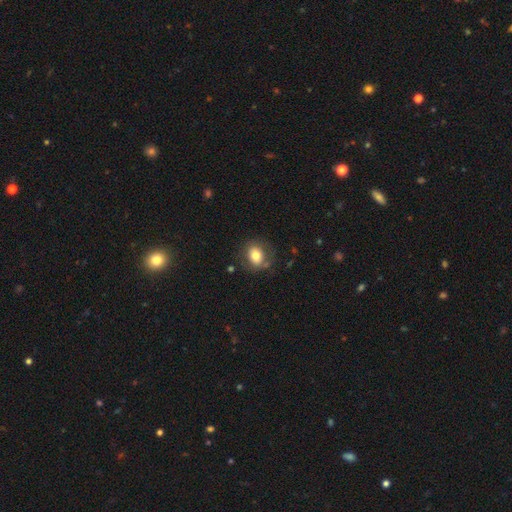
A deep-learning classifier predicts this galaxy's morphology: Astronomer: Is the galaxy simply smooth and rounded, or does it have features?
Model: smooth — 74%.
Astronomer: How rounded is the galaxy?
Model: in between — 54% (runner-up: round, 45%).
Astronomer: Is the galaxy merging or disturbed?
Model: none — 74%.